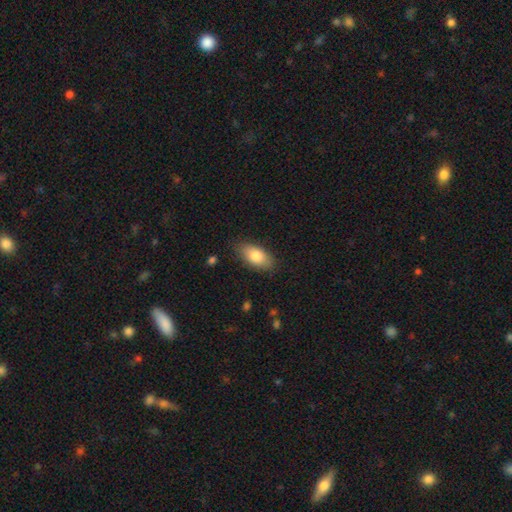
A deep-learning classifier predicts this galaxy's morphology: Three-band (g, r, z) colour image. It shows a smooth galaxy with no disk features (82%) that is in between round and cigar-shaped (91%). Merging: none (84%).